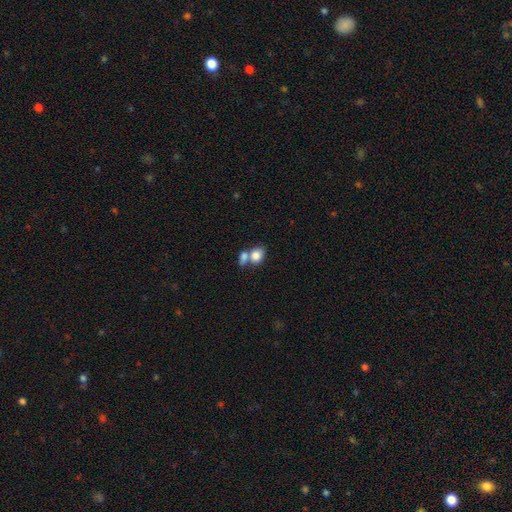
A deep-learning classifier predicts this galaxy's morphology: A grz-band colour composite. It shows a smooth galaxy with no disk features (81%) that is in between round and cigar-shaped (67%). Merging: merger (57%).